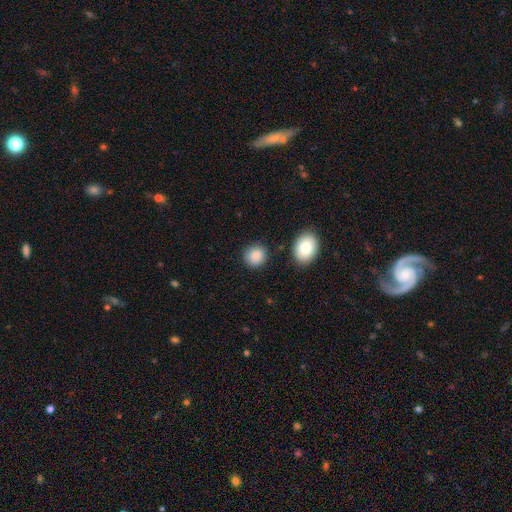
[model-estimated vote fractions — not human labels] Smooth or featured: smooth — 88% (star or artifact — 8%)
How rounded: round — 84% (in between — 15%)
Merging: none — 84% (minor disturbance — 10%)